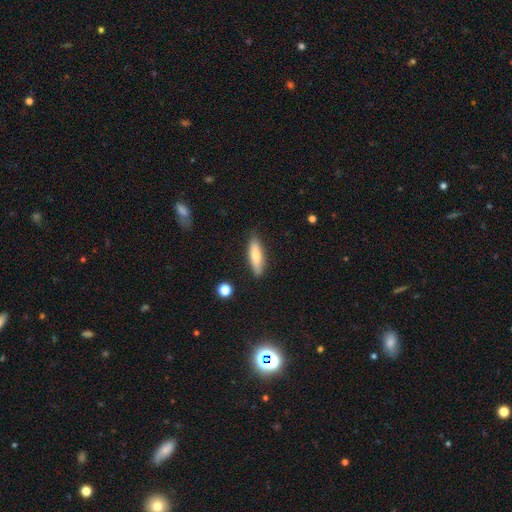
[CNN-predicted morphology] type=smooth (75%); roundness=cigar-shaped (57%); merging=none (84%).